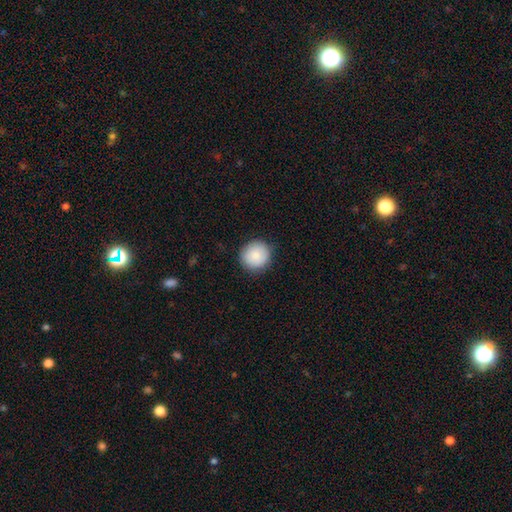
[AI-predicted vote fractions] Smooth or featured: smooth — 88% (star or artifact — 7%)
How rounded: round — 92% (in between — 7%)
Merging: none — 87% (minor disturbance — 9%)